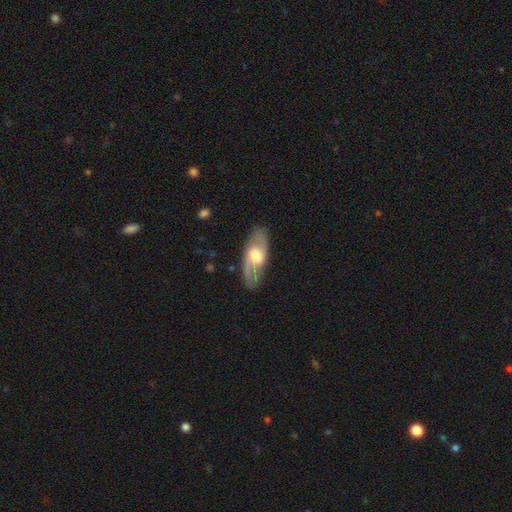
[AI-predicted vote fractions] A featured or disk galaxy (63%) with a weak bar (44%), spiral arms (75%) and a moderate central bulge (56%). Merging: none (82%).